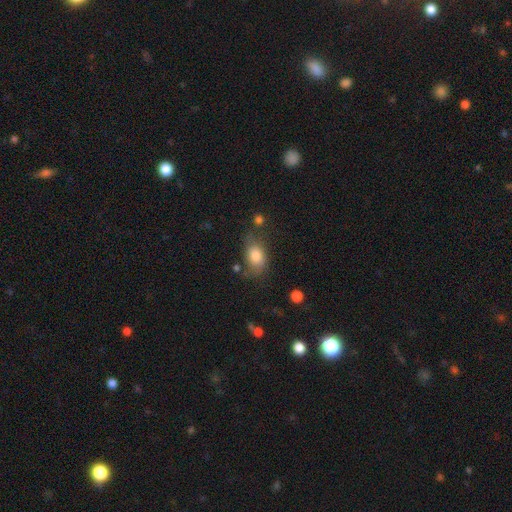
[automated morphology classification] Smooth or featured? smooth (79%)
How rounded? in between (80%)
Merging? none (60%)